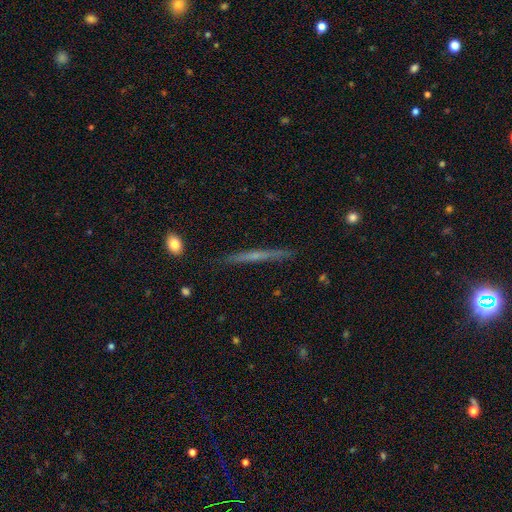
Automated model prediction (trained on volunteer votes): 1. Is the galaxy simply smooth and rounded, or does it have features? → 62% featured or disk, 31% smooth, 7% star or artifact.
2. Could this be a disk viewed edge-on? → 97% yes, 3% no.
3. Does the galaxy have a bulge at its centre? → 62% none, 32% rounded, 5% boxy.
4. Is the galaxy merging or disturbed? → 89% none, 8% minor disturbance, 2% major disturbance, 1% merger.